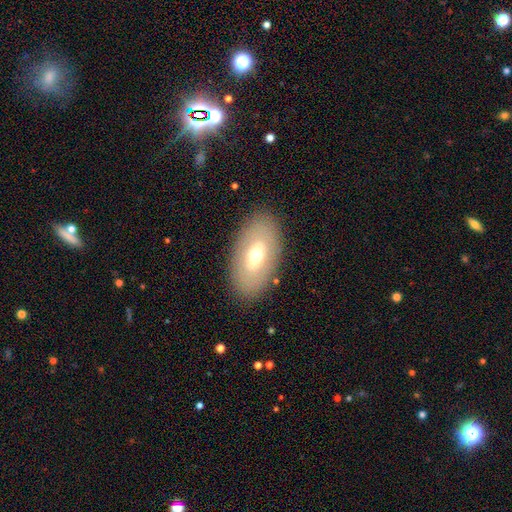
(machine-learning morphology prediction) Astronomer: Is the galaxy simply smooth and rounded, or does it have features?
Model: smooth — 58%.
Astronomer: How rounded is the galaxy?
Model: in between — 92%.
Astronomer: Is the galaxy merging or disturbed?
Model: none — 85%.